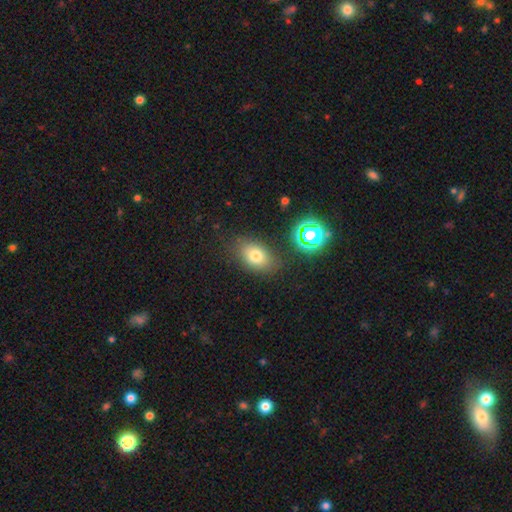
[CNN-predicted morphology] This is likely a smooth galaxy (73%). How rounded: likely in between (79%). Merging: likely none (79%).